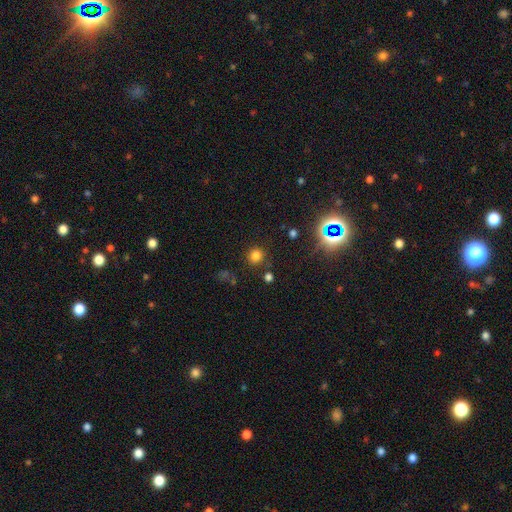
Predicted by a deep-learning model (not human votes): smooth 74%, star or artifact 20%, featured or disk 6%. Down the decision tree: how rounded — round (92%); merging — none (84%).